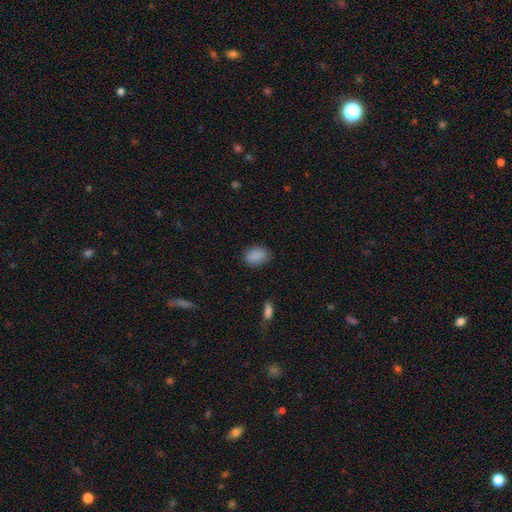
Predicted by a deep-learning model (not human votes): Smooth or featured? Predicted: smooth (p=0.88). How rounded? Predicted: in between (p=0.77). Merging? Predicted: none (p=0.82).